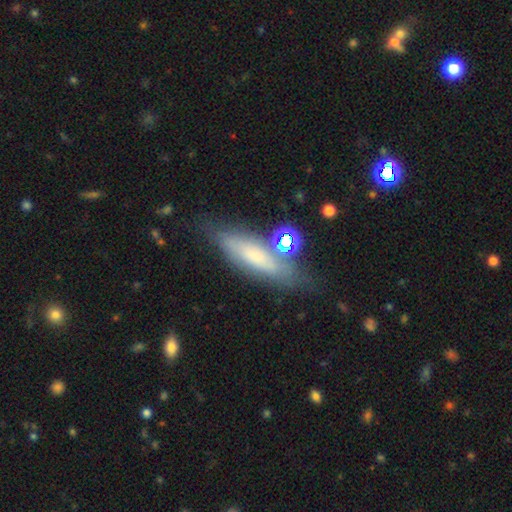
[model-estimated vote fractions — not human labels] Smooth or featured?
  - smooth: 59% *
  - featured or disk: 31%
  - star or artifact: 10%
How rounded?
  - cigar-shaped: 61% *
  - in between: 36%
  - round: 3%
Merging?
  - none: 64% *
  - minor disturbance: 21%
  - major disturbance: 8%
  - merger: 8%